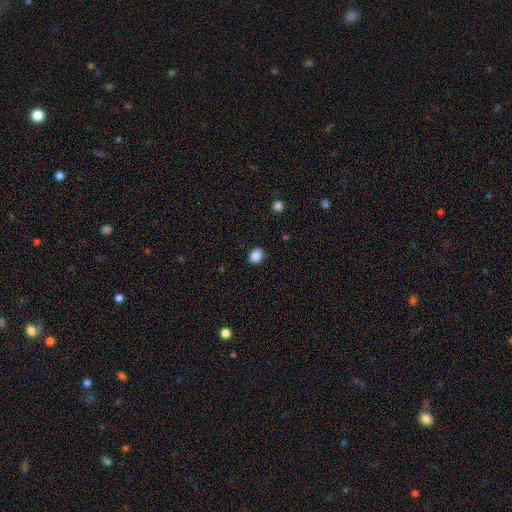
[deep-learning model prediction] This appears to be a smooth galaxy with no disk features (88%) that is in between round and cigar-shaped (59%). Merging: none (89%).